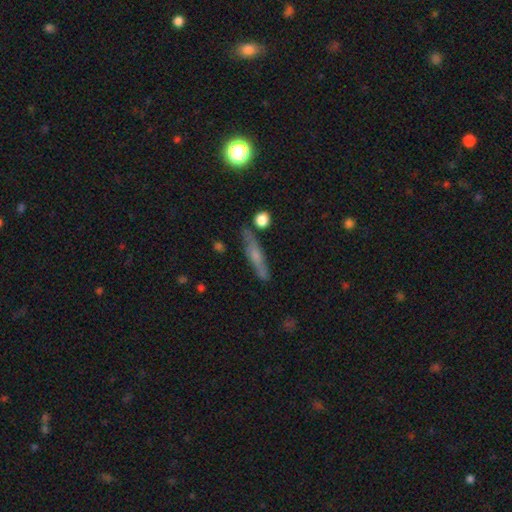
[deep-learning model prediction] This appears to be a featured or disk galaxy (48%). Merging: none (81%).